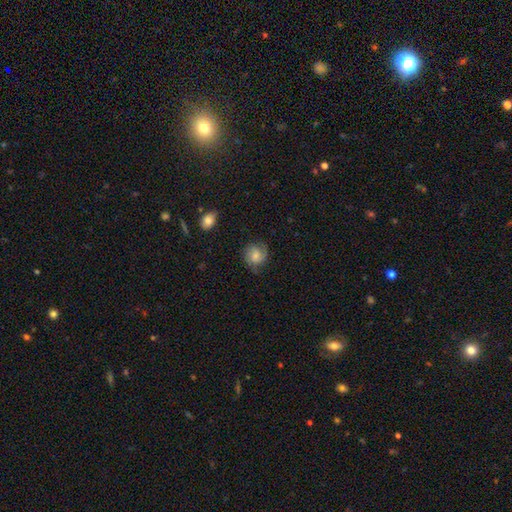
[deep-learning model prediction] Morphology: type=smooth (49%); merging=none (66%).